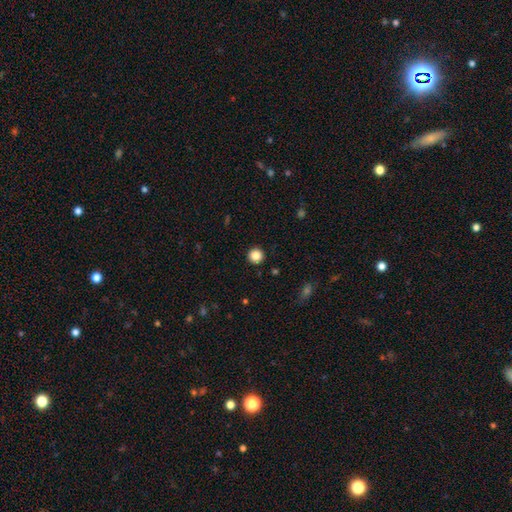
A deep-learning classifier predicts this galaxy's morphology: This appears to be a smooth galaxy with no disk features (85%) that is round (96%). Merging: none (93%).